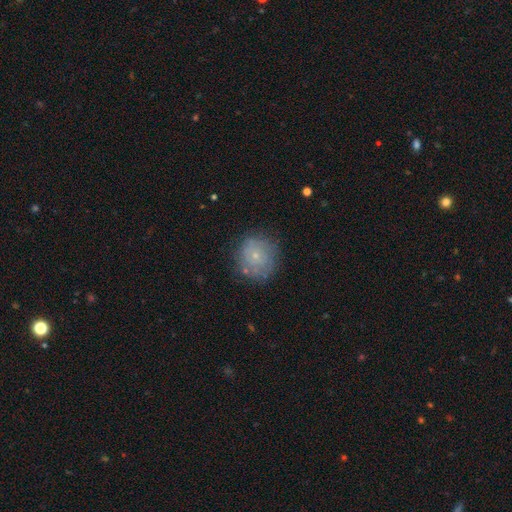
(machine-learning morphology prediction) smooth_or_featured: smooth (p=0.55) [alt: featured or disk p=0.35]
how_rounded: round (p=0.89) [alt: in between p=0.10]
merging: none (p=0.74) [alt: minor disturbance p=0.17]